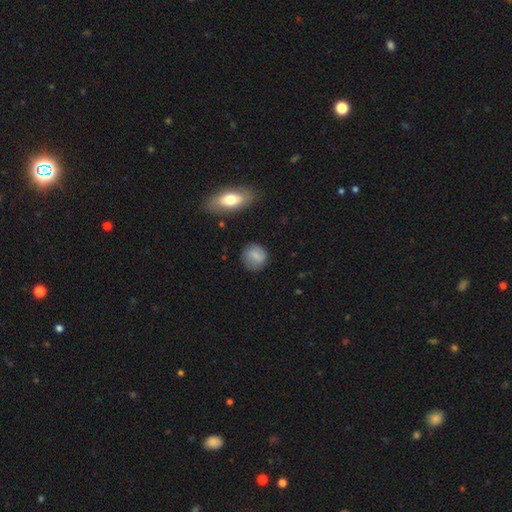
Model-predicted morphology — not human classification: Smooth or featured?
  - smooth: 69% *
  - featured or disk: 24%
  - star or artifact: 8%
How rounded?
  - round: 74% *
  - in between: 24%
  - cigar-shaped: 2%
Merging?
  - none: 79% *
  - minor disturbance: 14%
  - major disturbance: 4%
  - merger: 2%